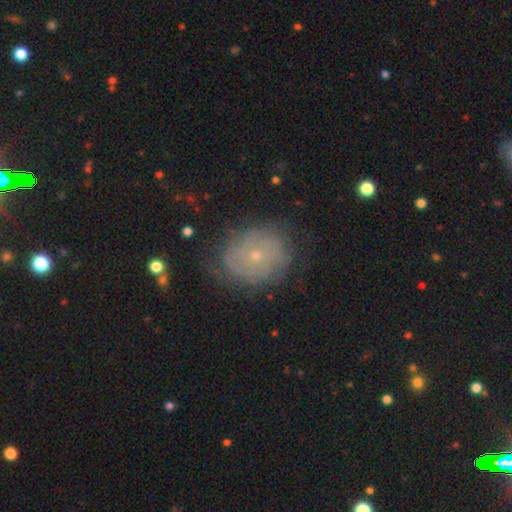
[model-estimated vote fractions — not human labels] featured or disk 60%, smooth 28%, star or artifact 12%. Down the decision tree: edge-on disk — no (96%); bar — no (85%); spiral arms — yes (77%); bulge size — small (76%); merging — none (75%).